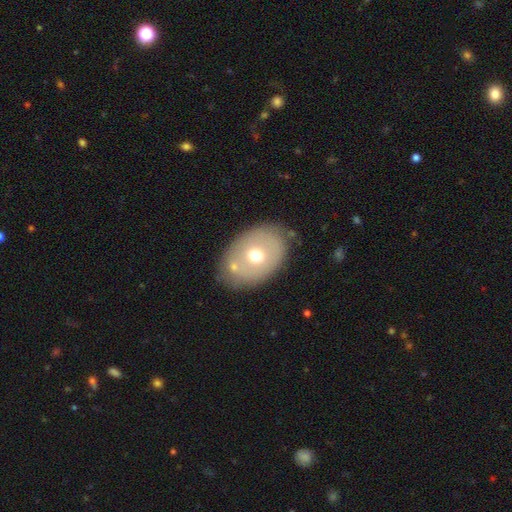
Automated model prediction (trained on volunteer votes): Smooth or featured?
  - smooth: 57% *
  - featured or disk: 34%
  - star or artifact: 9%
How rounded?
  - in between: 73% *
  - round: 26%
  - cigar-shaped: 1%
Merging?
  - none: 73% *
  - minor disturbance: 15%
  - merger: 7%
  - major disturbance: 5%